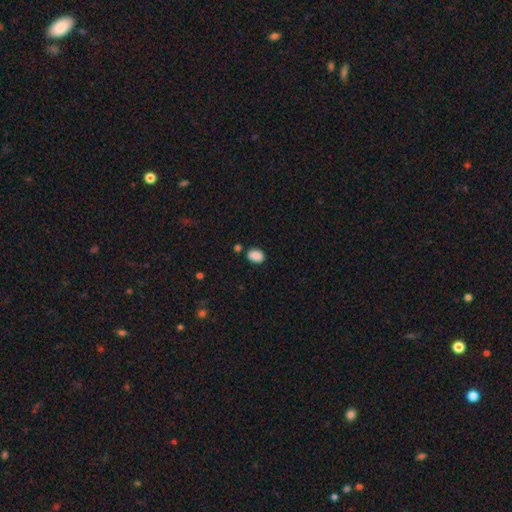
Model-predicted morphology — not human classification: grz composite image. It shows a smooth galaxy with no disk features (88%) that is in between round and cigar-shaped (84%). Merging: none (74%).